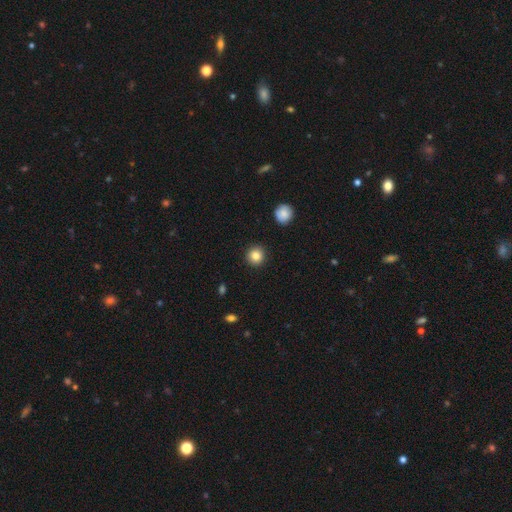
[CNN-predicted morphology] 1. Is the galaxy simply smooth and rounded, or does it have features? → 85% smooth, 10% star or artifact, 5% featured or disk.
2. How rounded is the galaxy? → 93% round, 6% in between, 1% cigar-shaped.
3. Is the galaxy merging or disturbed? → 92% none, 5% minor disturbance, 2% major disturbance, 1% merger.